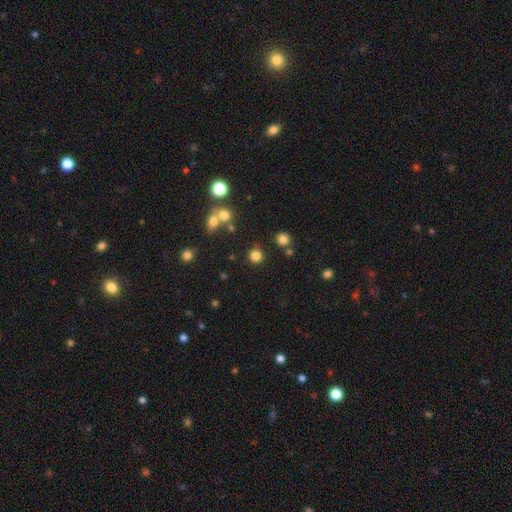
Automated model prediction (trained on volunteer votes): Smooth or featured?
  - smooth: 79% *
  - star or artifact: 16%
  - featured or disk: 5%
How rounded?
  - round: 93% *
  - in between: 6%
  - cigar-shaped: 1%
Merging?
  - none: 85% *
  - minor disturbance: 6%
  - merger: 6%
  - major disturbance: 3%